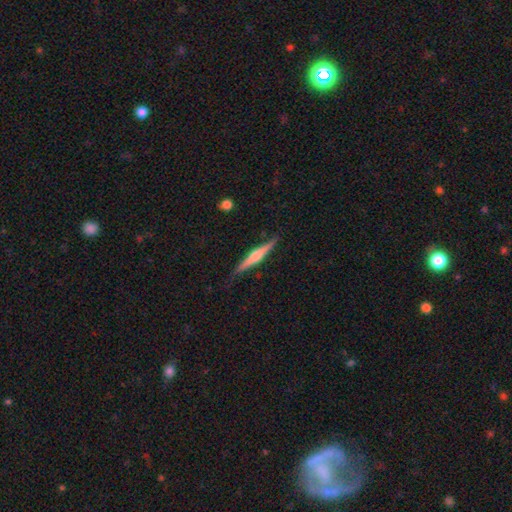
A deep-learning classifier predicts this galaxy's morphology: The model was most divided on "smooth or featured": featured or disk: 65%, smooth: 29%, star or artifact: 6%. More confident: edge-on disk — yes (97%); merging — none (84%); edge-on bulge — rounded (77%).